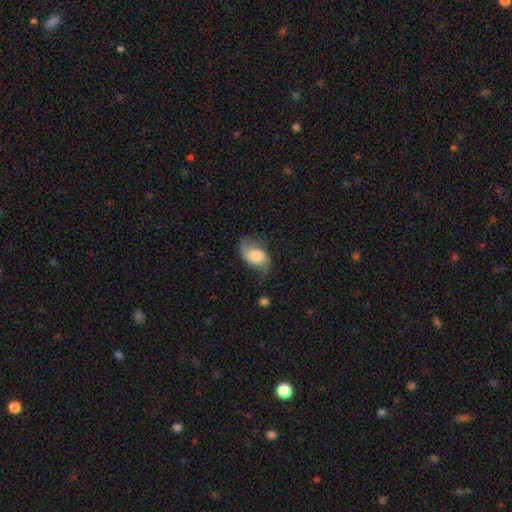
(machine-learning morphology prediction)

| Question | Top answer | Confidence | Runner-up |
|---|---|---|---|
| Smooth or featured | featured or disk | 68% | smooth (25%) |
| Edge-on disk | no | 96% | yes (4%) |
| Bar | no | 67% | weak (28%) |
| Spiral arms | yes | 93% | no (7%) |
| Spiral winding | loose | 61% | medium (30%) |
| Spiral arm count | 2 | 87% | 1 (7%) |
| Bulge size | moderate | 35% | large (32%) |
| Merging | none | 59% | minor disturbance (25%) |